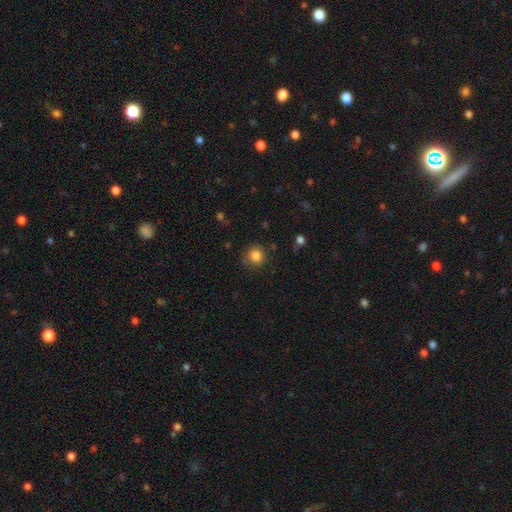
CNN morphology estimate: smooth_or_featured: smooth (p=0.84) [alt: star or artifact p=0.11]
how_rounded: round (p=0.91) [alt: in between p=0.08]
merging: none (p=0.84) [alt: minor disturbance p=0.11]